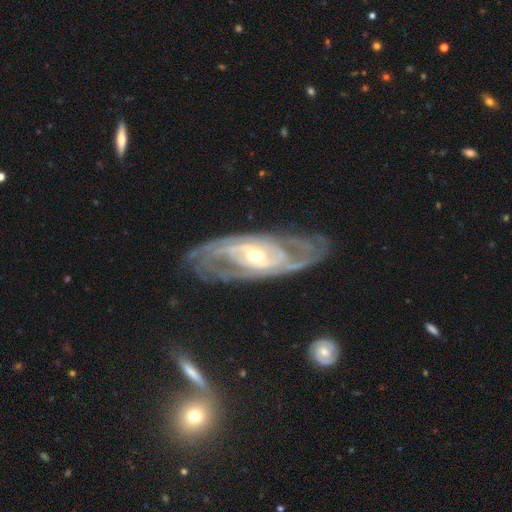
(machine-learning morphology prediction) type=featured or disk (90%); edge-on=no (91%); bar=no (44%); spiral arms=yes (94%); winding=tight (60%); arm count=2 (38%); bulge=moderate (48%, tied with small); merging=none (74%).